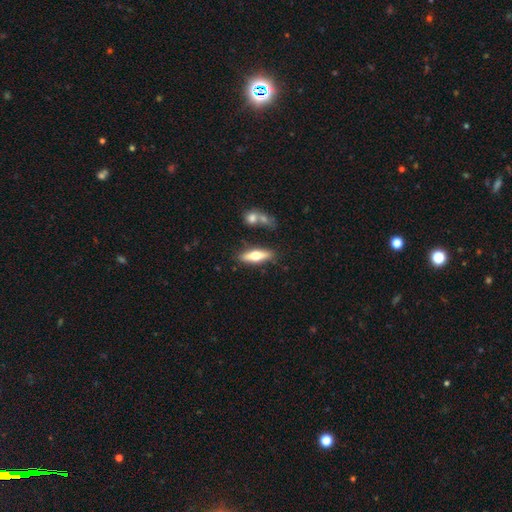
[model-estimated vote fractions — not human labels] smooth_or_featured: smooth (p=0.52) [alt: featured or disk p=0.42]
how_rounded: cigar-shaped (p=0.55) [alt: in between p=0.42]
merging: none (p=0.79) [alt: minor disturbance p=0.11]